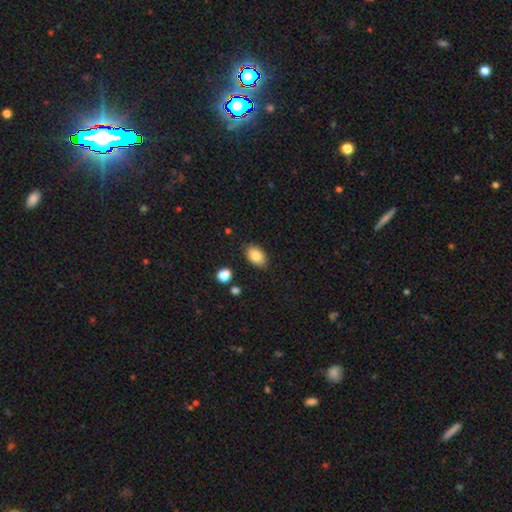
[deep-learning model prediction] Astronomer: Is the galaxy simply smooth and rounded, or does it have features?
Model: smooth — 84%.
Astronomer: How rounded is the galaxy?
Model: in between — 88%.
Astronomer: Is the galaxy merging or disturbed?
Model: none — 84%.